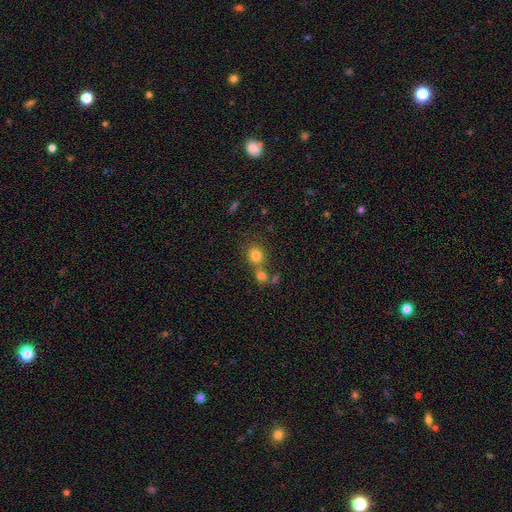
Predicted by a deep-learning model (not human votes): smooth 79%, star or artifact 13%, featured or disk 8%. Down the decision tree: how rounded — round (79%); merging — none (54%).